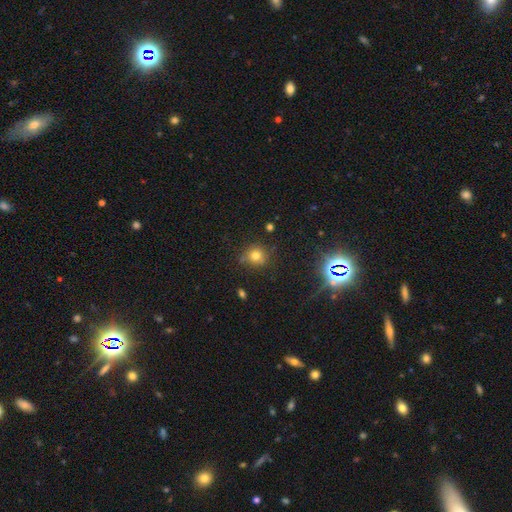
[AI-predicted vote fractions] This is likely a smooth galaxy (75%). How rounded: clearly round (89%). Merging: likely none (77%).